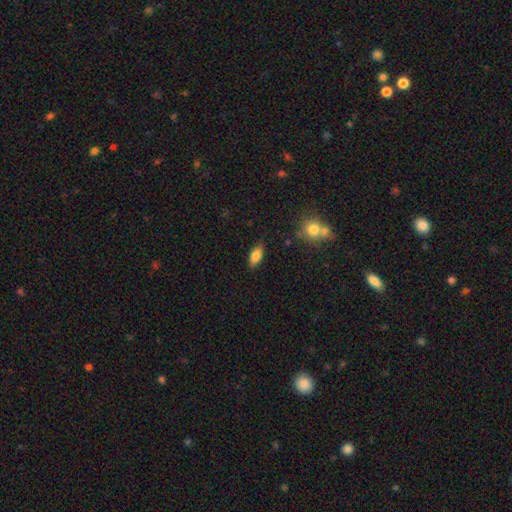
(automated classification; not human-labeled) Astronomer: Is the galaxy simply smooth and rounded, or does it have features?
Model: smooth — 81%.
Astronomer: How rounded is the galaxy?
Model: in between — 85%.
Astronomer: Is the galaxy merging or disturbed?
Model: none — 84%.